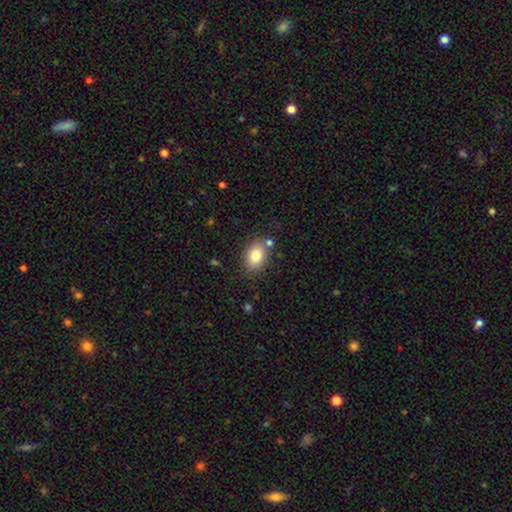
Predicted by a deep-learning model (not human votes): This appears to be a smooth galaxy with no disk features (81%) that is in between round and cigar-shaped (78%). Merging: none (78%).